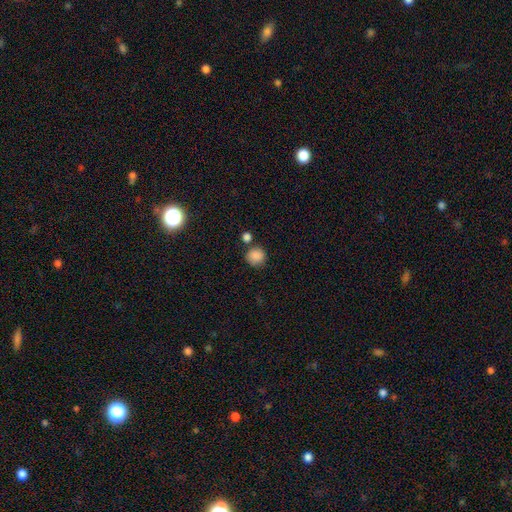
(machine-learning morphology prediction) smooth 86%, star or artifact 10%, featured or disk 4%. Down the decision tree: how rounded — round (89%); merging — none (73%).